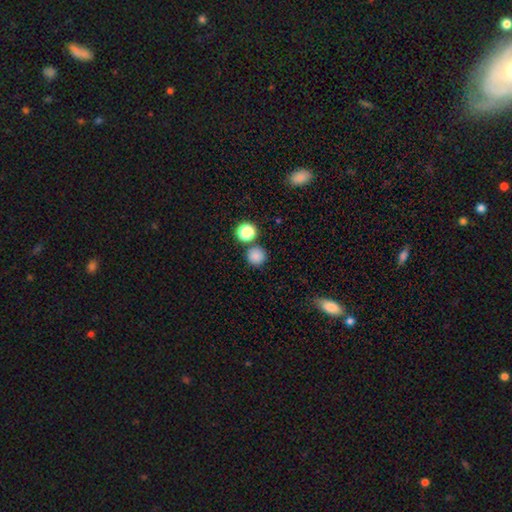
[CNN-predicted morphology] The model was most divided on "merging": none: 80%, merger: 11%, minor disturbance: 7%, major disturbance: 3%. More confident: how rounded — round (94%); smooth or featured — smooth (84%).